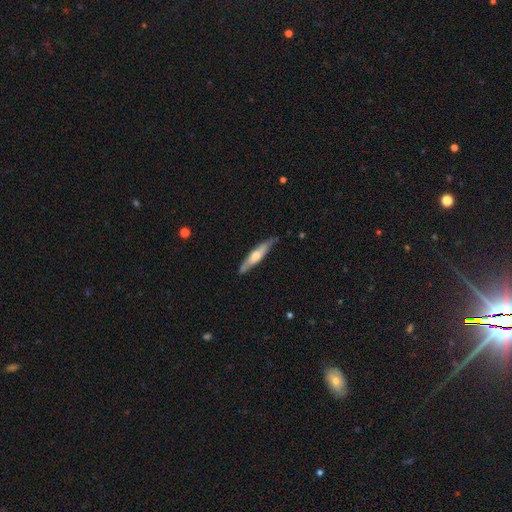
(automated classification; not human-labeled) This appears to be a featured or disk galaxy (51%) viewed edge-on (88%). Merging: none (82%).